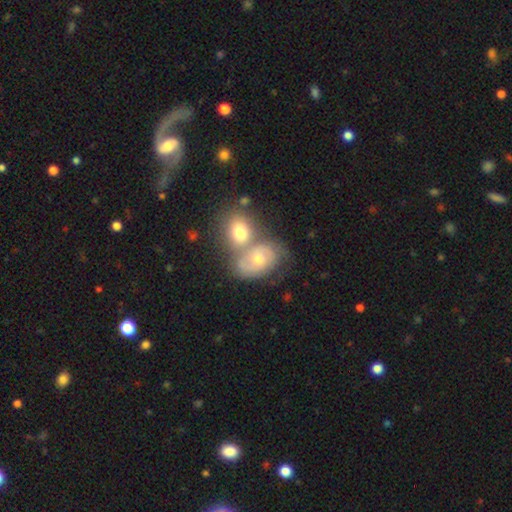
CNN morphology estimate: The model was most divided on "bulge size": moderate: 54%, small: 40%, large: 3%, none: 2%, dominant: 1%. Remaining: edge-on disk — no (95%); spiral arms — yes (80%); bar — no (73%); smooth or featured — featured or disk (57%); merging — merger (49%).